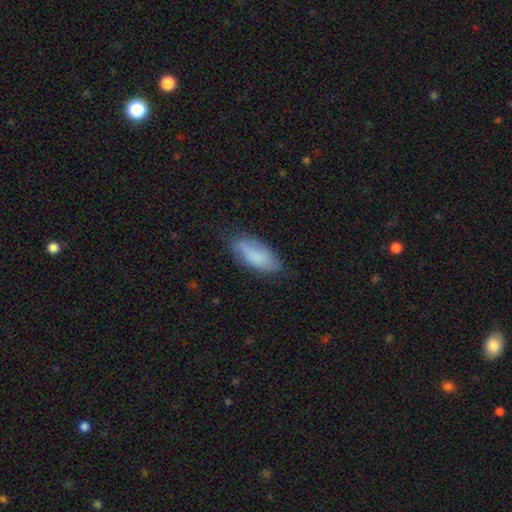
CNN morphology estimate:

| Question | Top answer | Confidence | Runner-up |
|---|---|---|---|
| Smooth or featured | smooth | 76% | featured or disk (17%) |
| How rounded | in between | 83% | cigar-shaped (15%) |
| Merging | none | 66% | minor disturbance (26%) |